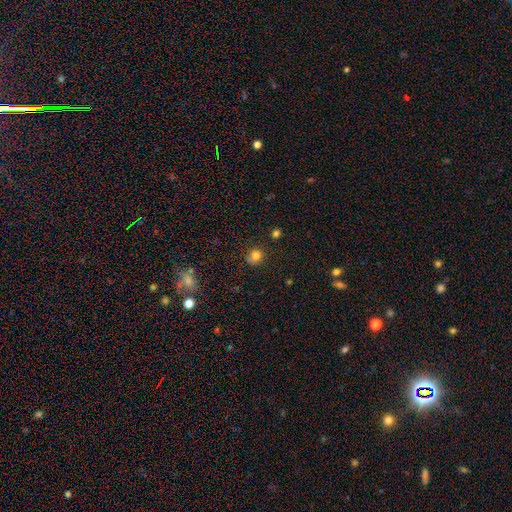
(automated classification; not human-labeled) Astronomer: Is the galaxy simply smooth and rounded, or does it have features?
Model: smooth — 80%.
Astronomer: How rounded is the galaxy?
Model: round — 81%.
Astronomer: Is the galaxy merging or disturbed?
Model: none — 74%.